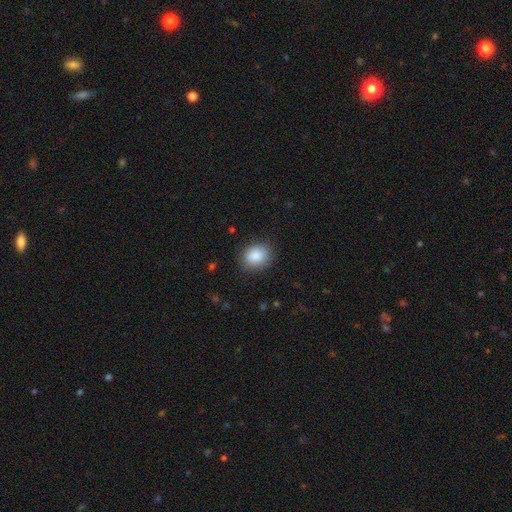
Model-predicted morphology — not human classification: smooth-or-featured: smooth: 87% | star or artifact: 8% | featured or disk: 5%
  how-rounded: round: 53% | in between: 46% | cigar-shaped: 1%
  merging: none: 83% | minor disturbance: 13% | major disturbance: 3% | merger: 1%